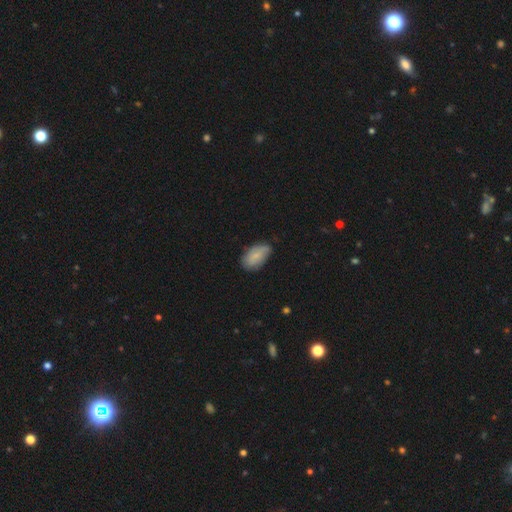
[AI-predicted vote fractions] The model was most divided on "merging": none: 65%, minor disturbance: 29%, major disturbance: 5%, merger: 1%. More confident: how rounded — in between (93%); smooth or featured — smooth (72%).